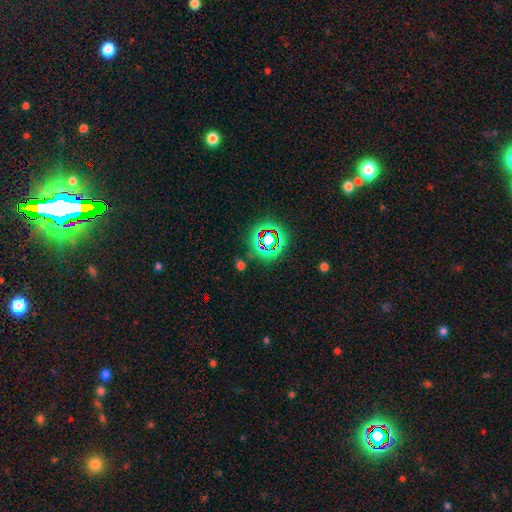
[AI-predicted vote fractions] Smooth or featured? Predicted: star or artifact (p=0.58).